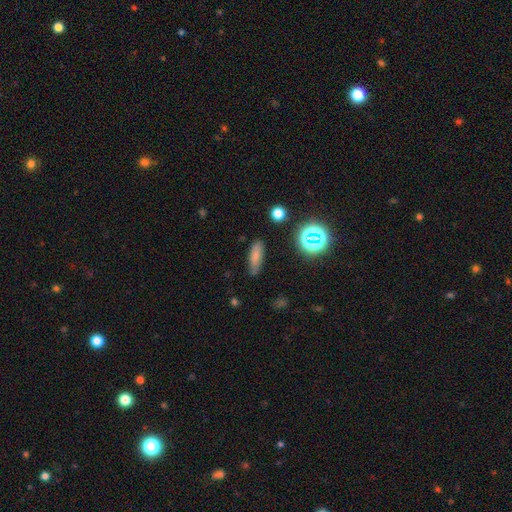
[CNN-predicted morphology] The model was most divided on "how rounded": in between: 53%, cigar-shaped: 42%, round: 5%. More confident: merging — none (79%); smooth or featured — smooth (74%).